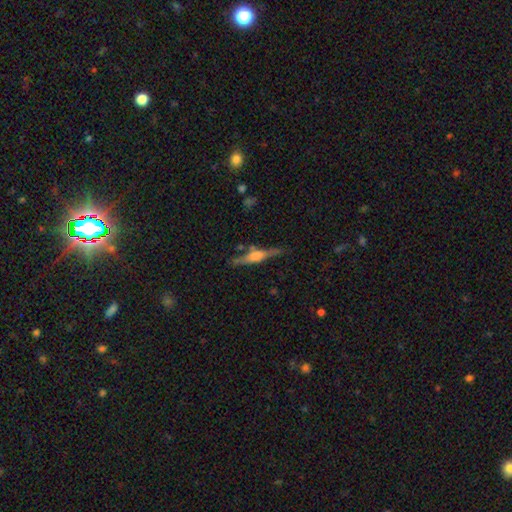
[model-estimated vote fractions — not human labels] This is likely a featured or disk galaxy (69%). It is clearly viewed edge-on (97%). Edge-on bulge: likely rounded (74%). Merging: likely none (79%).